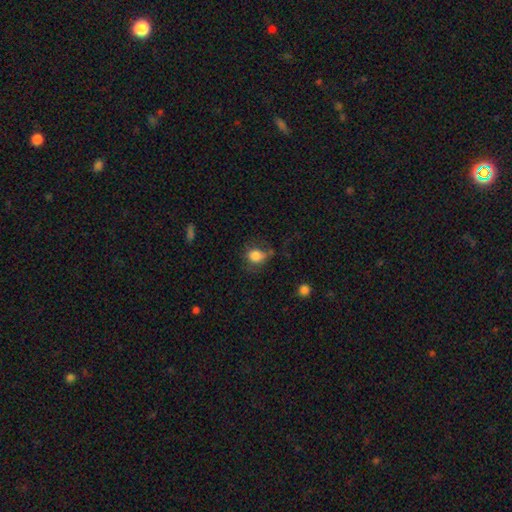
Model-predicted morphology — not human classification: A smooth galaxy with no disk features (81%) that is round (59%). Merging: none (52%).